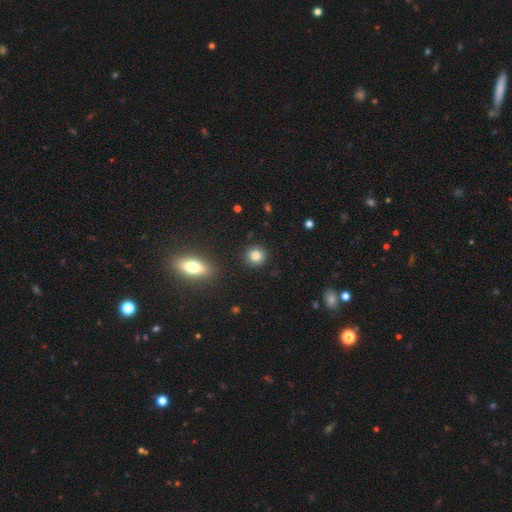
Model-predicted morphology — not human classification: A smooth galaxy with no disk features (82%) that is round (91%).

Vote fractions:
- Smooth or featured? smooth: 82% / star or artifact: 11% / featured or disk: 7%
- How rounded? round: 91% / in between: 8% / cigar-shaped: 1%
- Merging? none: 91% / minor disturbance: 5% / major disturbance: 2% / merger: 1%